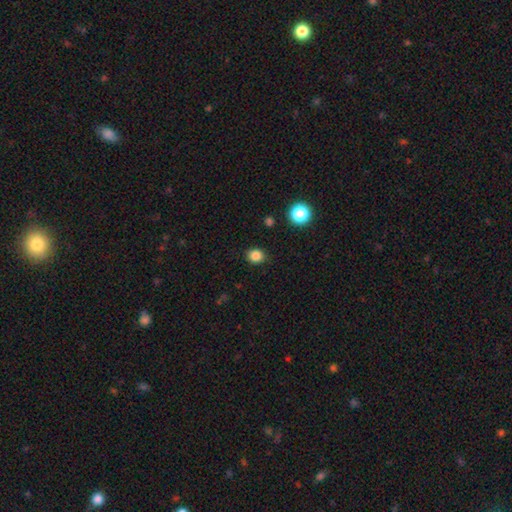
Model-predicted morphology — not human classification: Smooth or featured?
  - smooth: 84% *
  - star or artifact: 12%
  - featured or disk: 4%
How rounded?
  - round: 73% *
  - in between: 26%
  - cigar-shaped: 1%
Merging?
  - none: 88% *
  - minor disturbance: 8%
  - major disturbance: 2%
  - merger: 1%